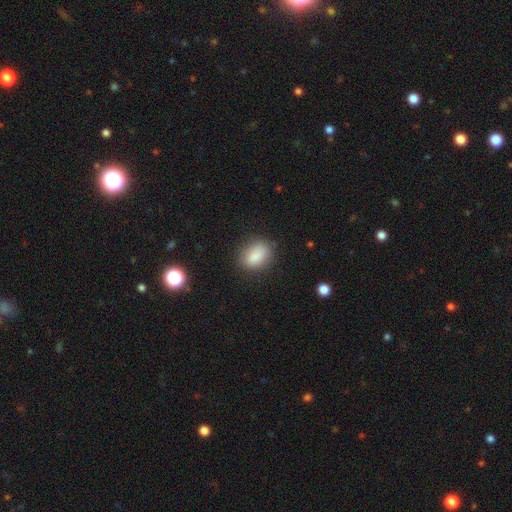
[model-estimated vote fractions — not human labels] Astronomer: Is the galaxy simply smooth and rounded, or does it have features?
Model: smooth — 86%.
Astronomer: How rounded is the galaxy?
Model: in between — 76%.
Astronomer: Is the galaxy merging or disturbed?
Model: none — 81%.